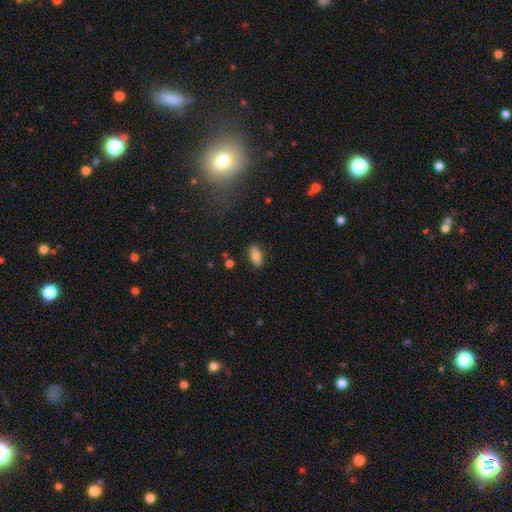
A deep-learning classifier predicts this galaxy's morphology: Smooth or featured? smooth (82%)
How rounded? in between (88%)
Merging? none (85%)